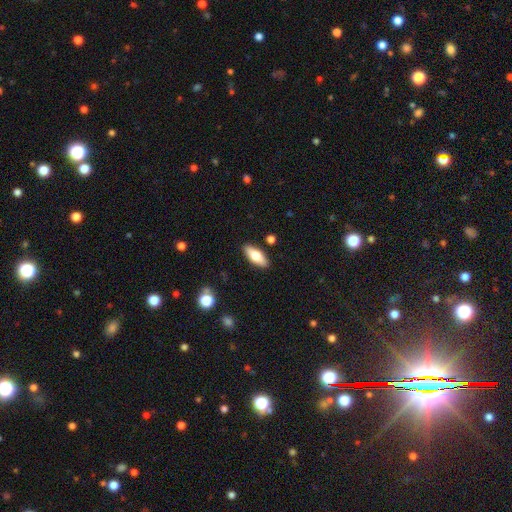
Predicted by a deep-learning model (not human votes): Overall: smooth (69%). How rounded: in between (74%). Merging: none (88%).